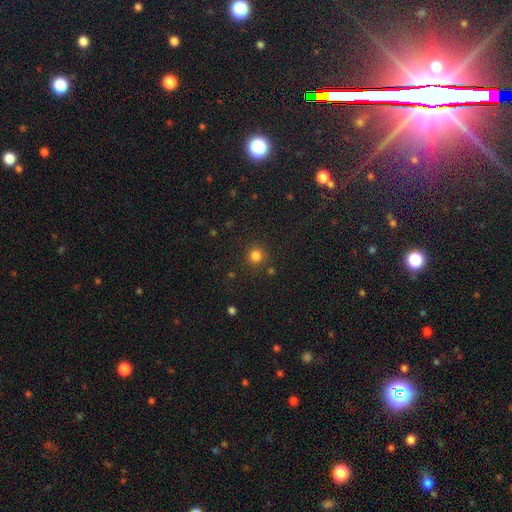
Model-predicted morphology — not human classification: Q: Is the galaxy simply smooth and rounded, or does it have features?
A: smooth — 81%.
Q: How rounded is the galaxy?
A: round — 91%.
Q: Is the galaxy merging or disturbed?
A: none — 86%.